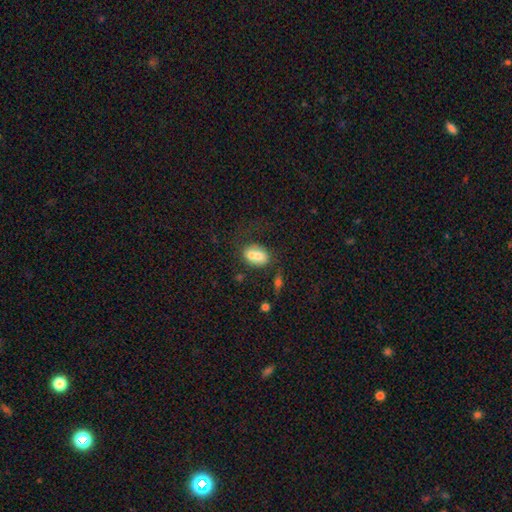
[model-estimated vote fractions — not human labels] Smooth or featured: smooth — 71% (featured or disk — 20%)
How rounded: in between — 74% (round — 23%)
Merging: merger — 41% (none — 35%)